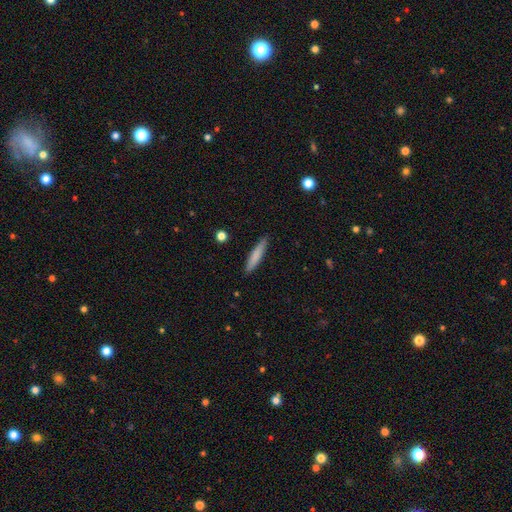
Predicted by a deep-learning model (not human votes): Q: Smooth or featured?
A: smooth (78%); runner-up: featured or disk (17%)
Q: How rounded?
A: cigar-shaped (90%); runner-up: in between (8%)
Q: Merging?
A: none (89%); runner-up: minor disturbance (8%)